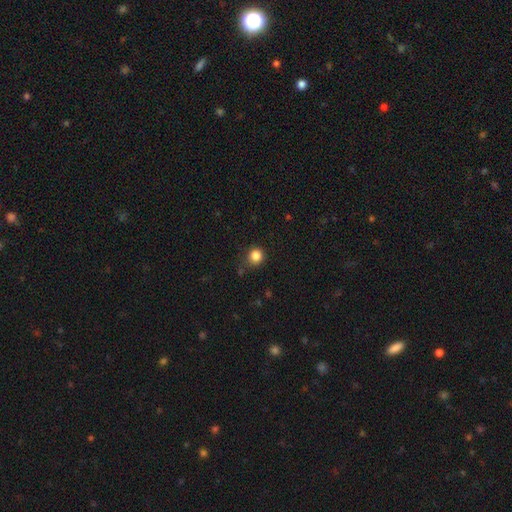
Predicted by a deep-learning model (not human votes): Smooth or featured: smooth — 84% (star or artifact — 12%)
How rounded: round — 88% (in between — 11%)
Merging: none — 81% (minor disturbance — 14%)